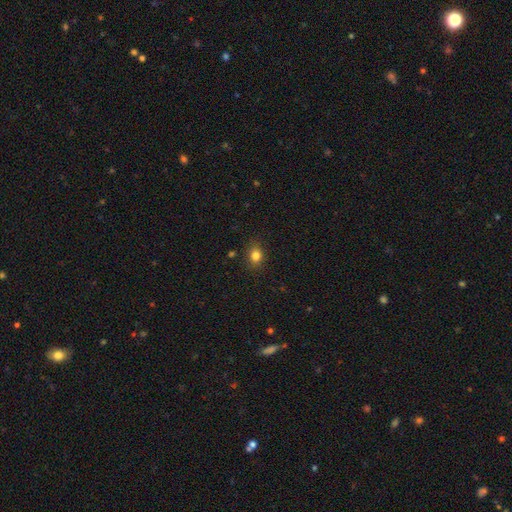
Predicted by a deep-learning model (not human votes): Morphology: type=smooth (81%); roundness=in between (51%); merging=none (85%).